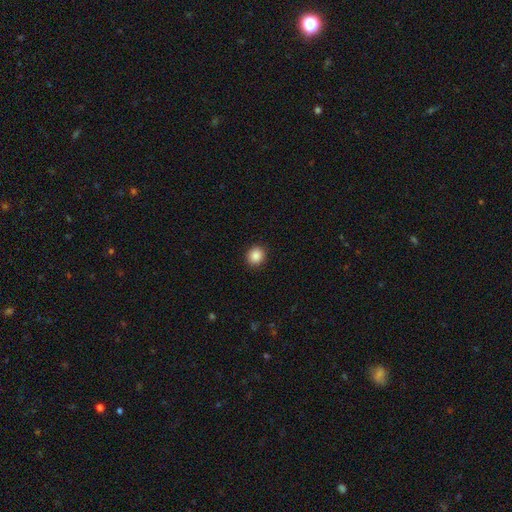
Morphology: type=smooth (79%); roundness=round (77%); merging=none (100%).